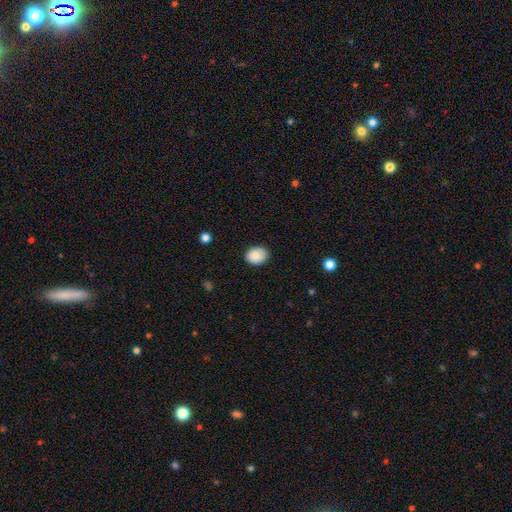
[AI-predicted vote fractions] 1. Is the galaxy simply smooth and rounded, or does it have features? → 88% smooth, 7% star or artifact, 4% featured or disk.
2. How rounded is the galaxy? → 57% in between, 42% round, 1% cigar-shaped.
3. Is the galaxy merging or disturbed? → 87% none, 10% minor disturbance, 2% major disturbance, 1% merger.